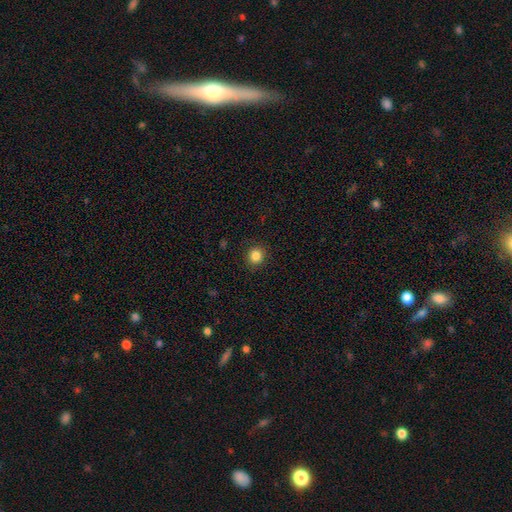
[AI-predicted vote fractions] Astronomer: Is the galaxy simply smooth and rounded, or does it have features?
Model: smooth — 85%.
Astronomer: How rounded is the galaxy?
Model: round — 88%.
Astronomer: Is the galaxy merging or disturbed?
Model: none — 90%.